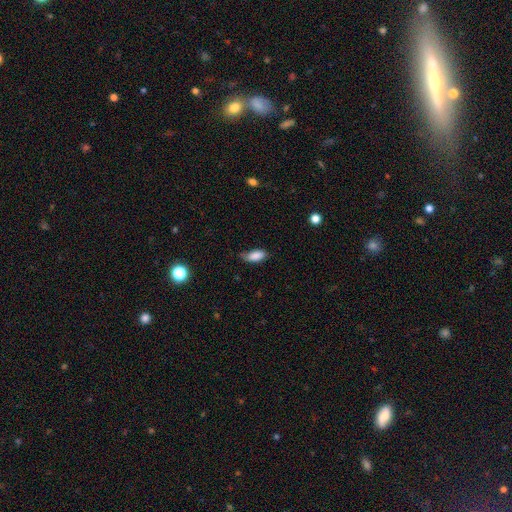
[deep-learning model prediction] This appears to be a smooth galaxy with no disk features (86%) that is in between round and cigar-shaped (89%). Merging: none (59%).